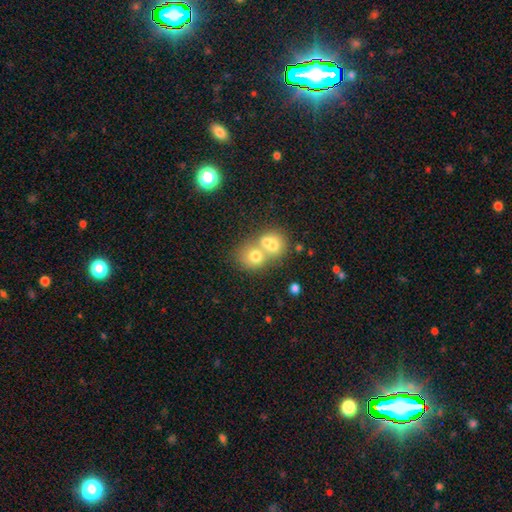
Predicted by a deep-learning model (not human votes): A smooth galaxy with no disk features (65%) that is round (66%). Merging: merger (65%).